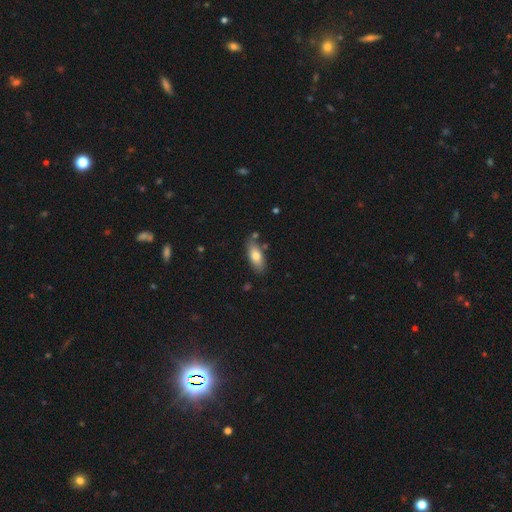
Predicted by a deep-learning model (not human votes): smooth-or-featured: smooth: 75% | featured or disk: 18% | star or artifact: 7%
  how-rounded: in between: 78% | cigar-shaped: 20% | round: 2%
  merging: none: 78% | minor disturbance: 14% | merger: 5% | major disturbance: 3%